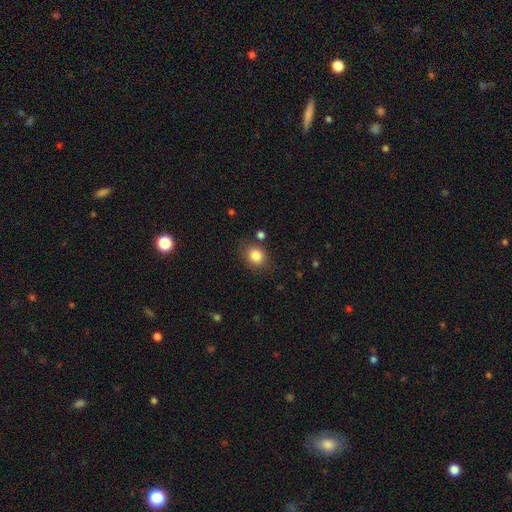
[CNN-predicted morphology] Smooth or featured? smooth (84%)
How rounded? round (58%)
Merging? none (79%)